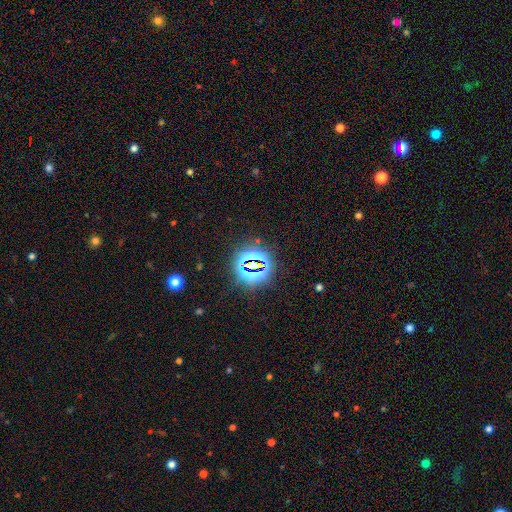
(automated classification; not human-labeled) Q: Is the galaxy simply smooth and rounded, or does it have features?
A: star or artifact — 80%.